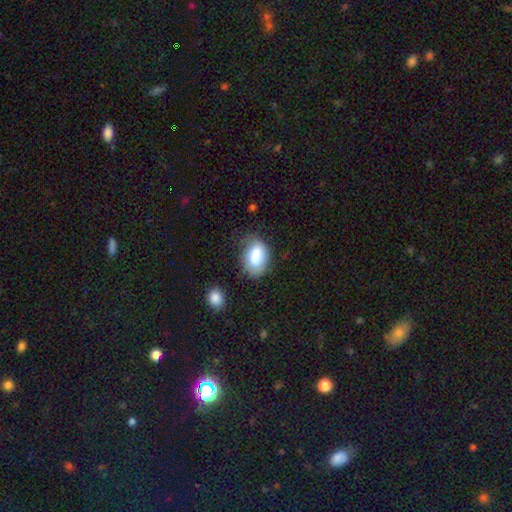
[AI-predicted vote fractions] Q: Smooth or featured?
A: smooth (80%); runner-up: featured or disk (12%)
Q: How rounded?
A: in between (88%); runner-up: round (11%)
Q: Merging?
A: none (65%); runner-up: minor disturbance (25%)